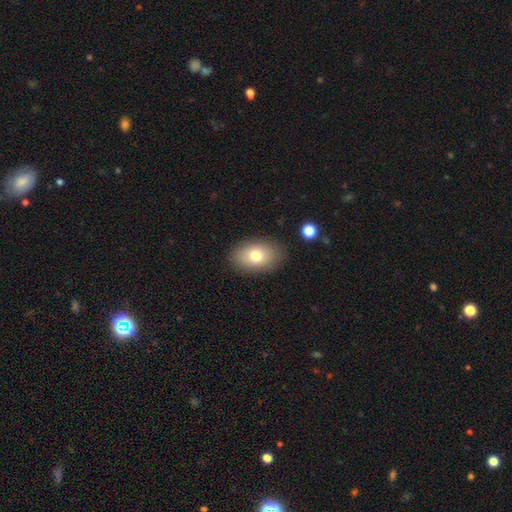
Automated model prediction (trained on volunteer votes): Smooth or featured? Predicted: smooth (p=0.76). How rounded? Predicted: in between (p=0.85). Merging? Predicted: none (p=0.85).